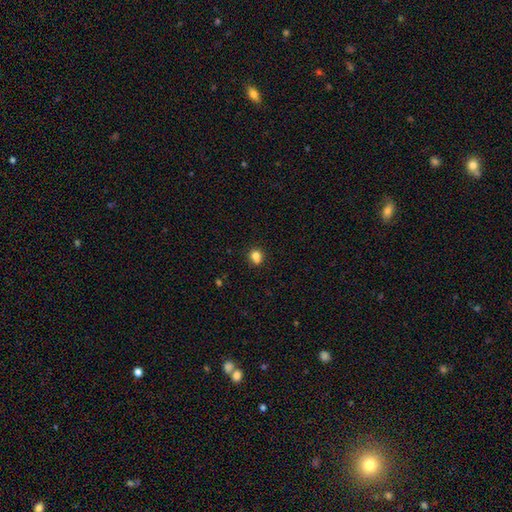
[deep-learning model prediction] Smooth or featured? smooth (80%)
How rounded? round (70%)
Merging? none (64%)